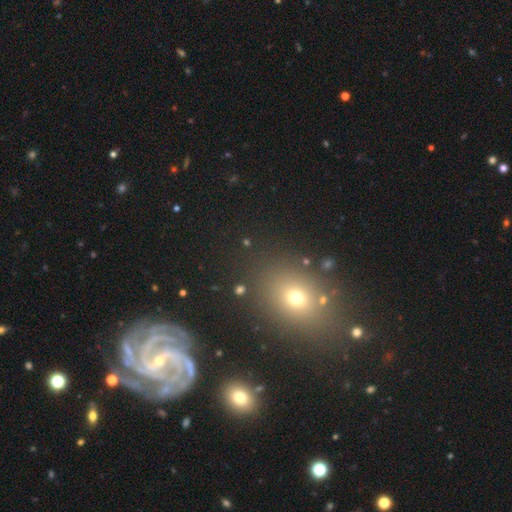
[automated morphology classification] A featured or disk galaxy (54%).

Vote fractions:
- Smooth or featured? featured or disk: 54% / smooth: 26% / star or artifact: 21%
- Edge-on disk? no: 93% / yes: 7%
- Merging? none: 80% / minor disturbance: 11% / major disturbance: 5% / merger: 4%